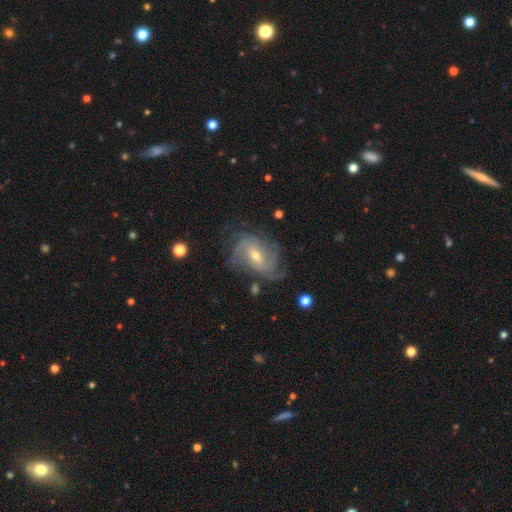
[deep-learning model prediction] smooth-or-featured: featured or disk: 85% | smooth: 8% | star or artifact: 7%
  disk-edge-on: no: 96% | yes: 4%
    bar: weak: 49% | no: 33% | strong: 18%
    has-spiral-arms: yes: 95% | no: 5%
      spiral-winding: medium: 44% | tight: 35% | loose: 21%
      spiral-arm-count: 3: 28% | can't tell: 25% | 2: 24% | 4: 13% | 1: 5% | more than 4: 5%
    bulge-size: moderate: 50% | small: 46% | large: 2% | none: 1% | dominant: 1%
  merging: none: 64% | minor disturbance: 21% | major disturbance: 12% | merger: 2%